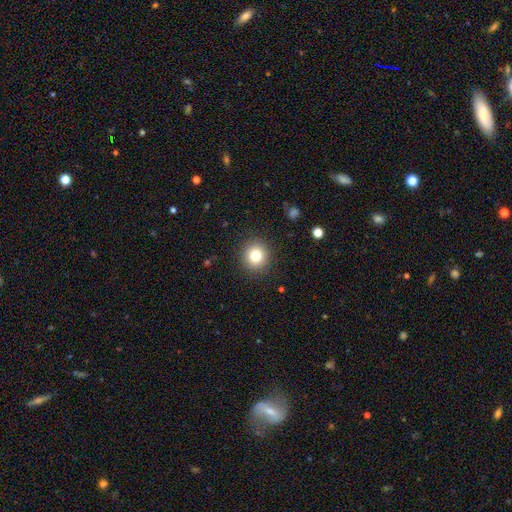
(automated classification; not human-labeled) The model was most divided on "smooth or featured": smooth: 80%, star or artifact: 11%, featured or disk: 8%. More confident: merging — none (90%); how rounded — round (89%).